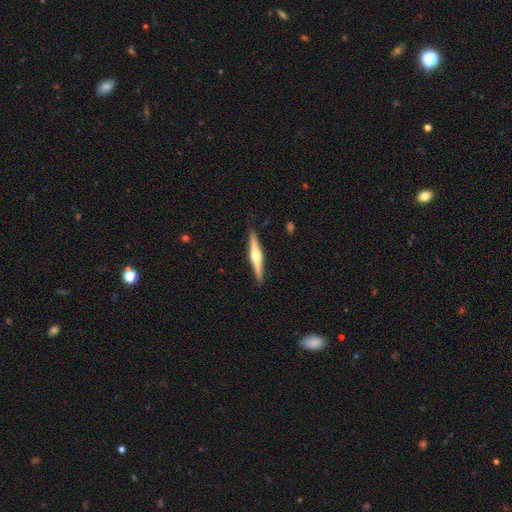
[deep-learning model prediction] smooth-or-featured: featured or disk: 69% | smooth: 26% | star or artifact: 5%
  disk-edge-on: yes: 98% | no: 2%
    edge-on-bulge: rounded: 90% | none: 5% | boxy: 5%
  merging: none: 90% | minor disturbance: 8% | major disturbance: 1% | merger: 1%